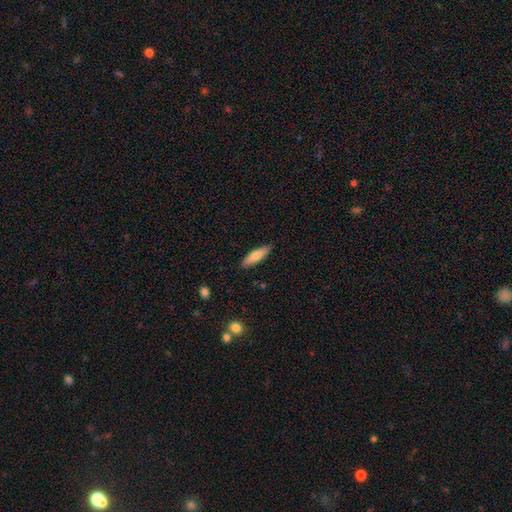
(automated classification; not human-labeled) Overall: smooth (74%). How rounded: cigar-shaped (61%; in between 38%). Merging: none (88%).